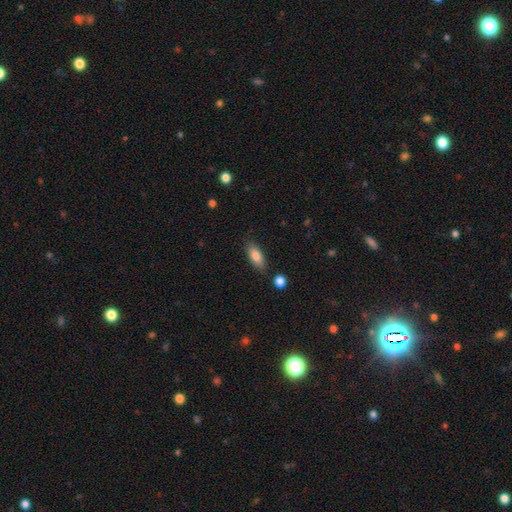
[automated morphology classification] The model was most divided on "how rounded": in between: 79%, cigar-shaped: 18%, round: 2%. More confident: smooth or featured — smooth (85%); merging — none (82%).